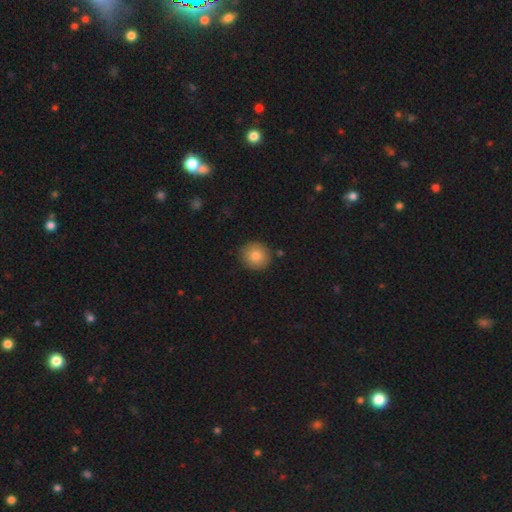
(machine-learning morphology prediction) A smooth galaxy with no disk features (83%) that is round (89%).

Vote fractions:
- Smooth or featured? smooth: 83% / star or artifact: 9% / featured or disk: 8%
- How rounded? round: 89% / in between: 10% / cigar-shaped: 1%
- Merging? none: 88% / minor disturbance: 8% / merger: 2% / major disturbance: 2%